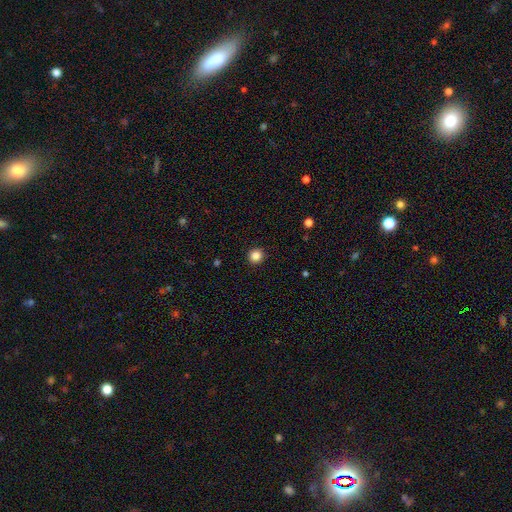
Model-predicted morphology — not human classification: The model was most divided on "smooth or featured": smooth: 85%, star or artifact: 11%, featured or disk: 4%. More confident: how rounded — round (93%); merging — none (93%).